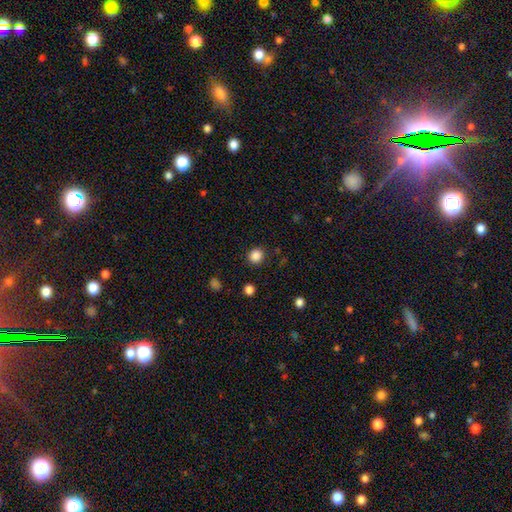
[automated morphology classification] A smooth galaxy with no disk features (86%) that is round (89%). Merging: none (90%).